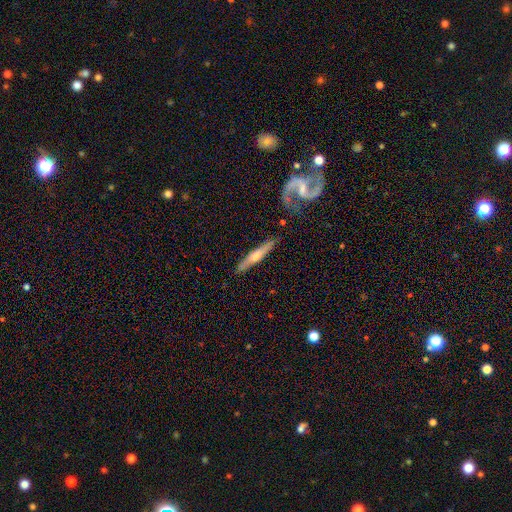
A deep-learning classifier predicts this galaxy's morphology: A featured or disk galaxy (69%) viewed edge-on (90%) with a rounded central bulge (82%).

Vote fractions:
- Smooth or featured? featured or disk: 69% / smooth: 27% / star or artifact: 5%
- Edge-on disk? yes: 90% / no: 10%
- Edge-on bulge? rounded: 82% / none: 10% / boxy: 7%
- Merging? none: 83% / minor disturbance: 11% / merger: 3% / major disturbance: 3%